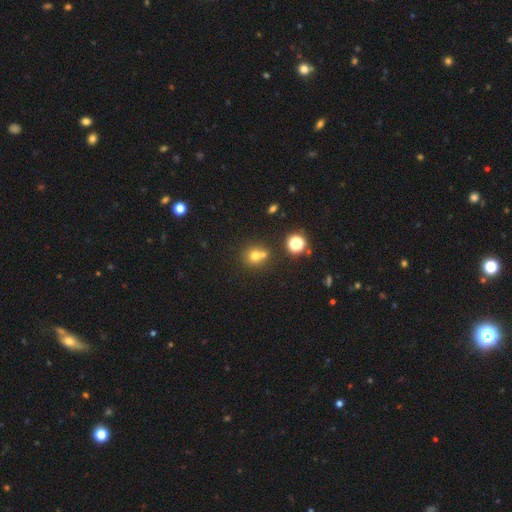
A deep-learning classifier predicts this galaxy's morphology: This appears to be a smooth galaxy with no disk features (69%) that is round (82%). Merging: none (47%).